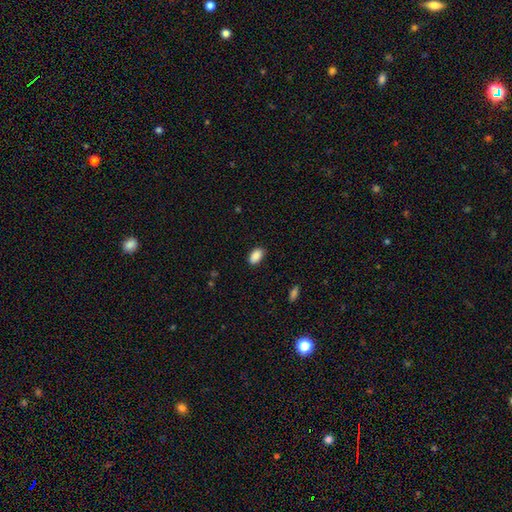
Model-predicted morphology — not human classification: A smooth galaxy with no disk features (87%) that is in between round and cigar-shaped (92%).

Vote fractions:
- Smooth or featured? smooth: 87% / star or artifact: 7% / featured or disk: 5%
- How rounded? in between: 92% / round: 6% / cigar-shaped: 2%
- Merging? none: 85% / minor disturbance: 12% / major disturbance: 2% / merger: 1%